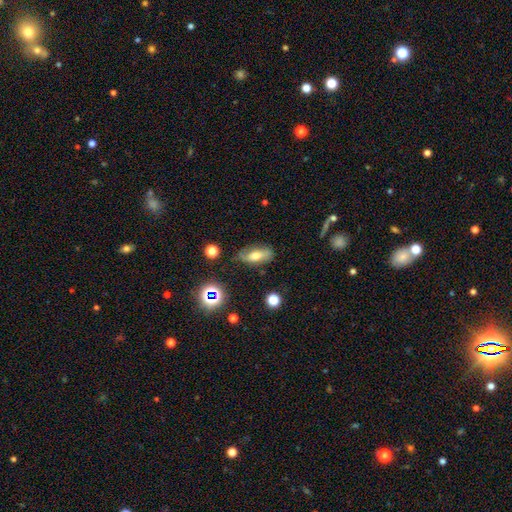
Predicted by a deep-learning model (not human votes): A smooth galaxy with no disk features (56%) that is in between round and cigar-shaped (81%). Merging: none (70%).